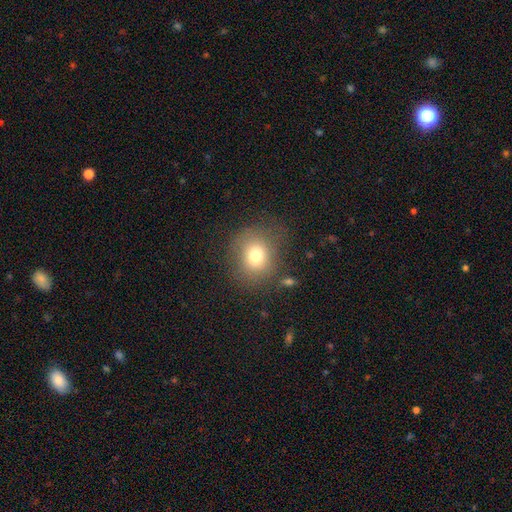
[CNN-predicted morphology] Smooth or featured? smooth (74%)
How rounded? round (72%)
Merging? none (73%)